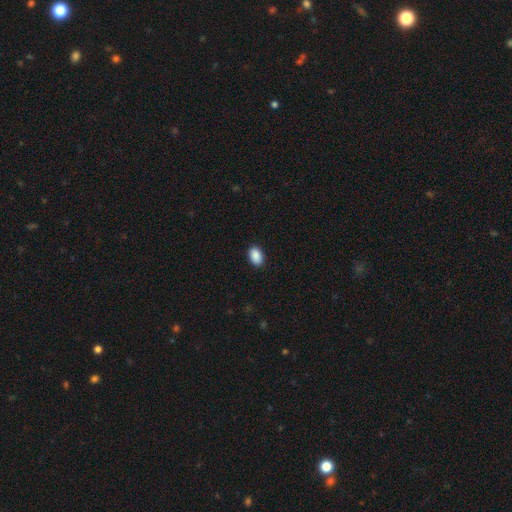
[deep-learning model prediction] Smooth or featured? Predicted: smooth (p=0.90). How rounded? Predicted: in between (p=0.86). Merging? Predicted: none (p=0.90).